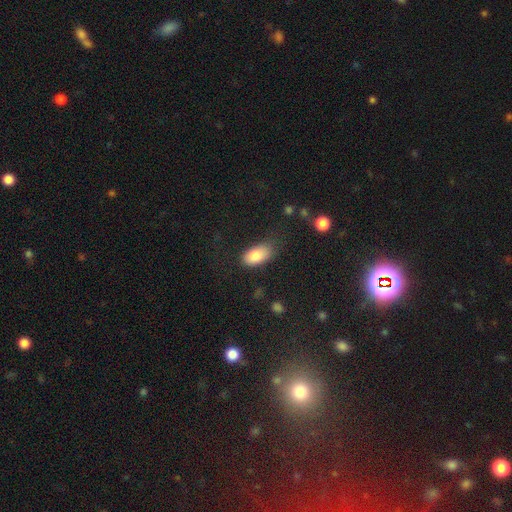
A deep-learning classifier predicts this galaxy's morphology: smooth_or_featured: smooth (p=0.84) [alt: featured or disk p=0.09]
how_rounded: in between (p=0.93) [alt: round p=0.04]
merging: none (p=0.67) [alt: minor disturbance p=0.24]